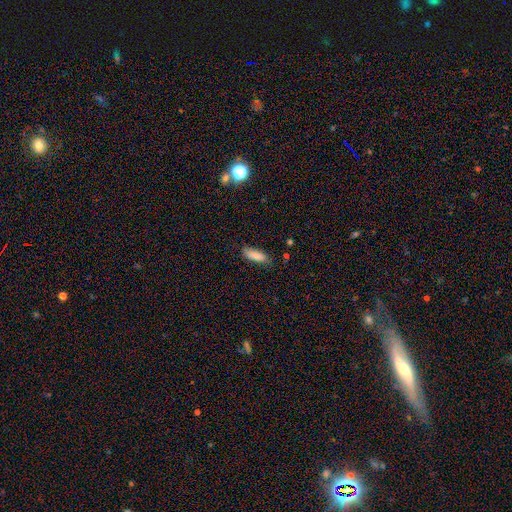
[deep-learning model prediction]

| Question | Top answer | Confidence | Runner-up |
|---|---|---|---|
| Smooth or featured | smooth | 85% | star or artifact (7%) |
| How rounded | in between | 59% | cigar-shaped (40%) |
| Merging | none | 76% | minor disturbance (19%) |